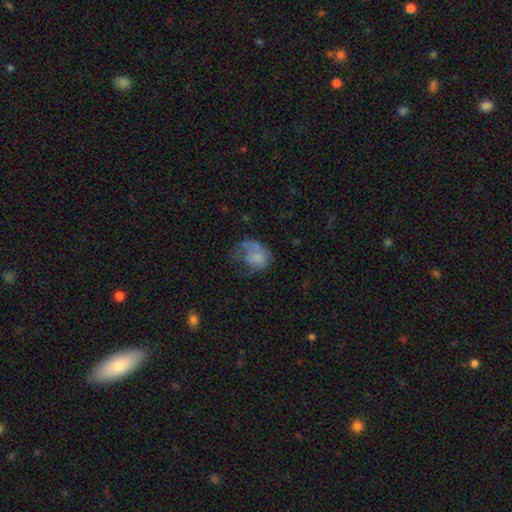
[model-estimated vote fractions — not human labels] Smooth or featured? Predicted: smooth (p=0.62). How rounded? Predicted: in between (p=0.52). Merging? Predicted: major disturbance (p=0.44).